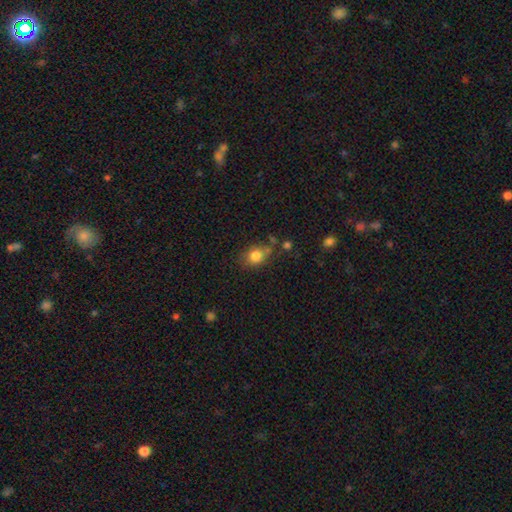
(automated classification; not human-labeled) smooth-or-featured: smooth: 81% | star or artifact: 11% | featured or disk: 9%
  how-rounded: round: 54% | in between: 45% | cigar-shaped: 1%
  merging: none: 60% | minor disturbance: 21% | merger: 12% | major disturbance: 7%